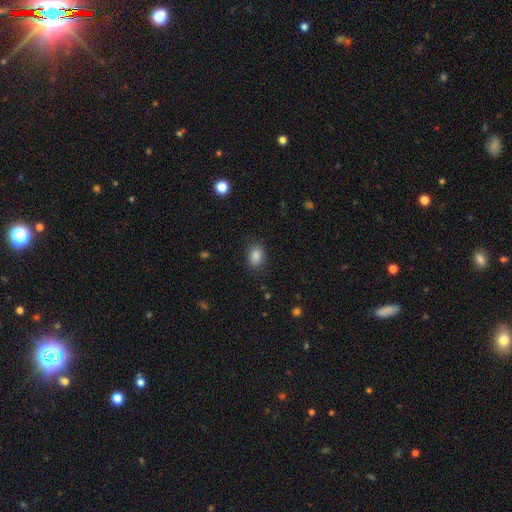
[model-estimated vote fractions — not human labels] Q: Smooth or featured?
A: smooth (87%); runner-up: star or artifact (9%)
Q: How rounded?
A: in between (70%); runner-up: round (29%)
Q: Merging?
A: none (85%); runner-up: minor disturbance (11%)